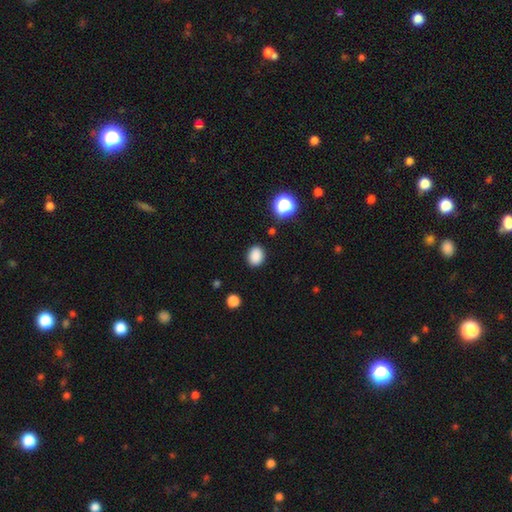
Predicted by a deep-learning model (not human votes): smooth 87%, star or artifact 10%, featured or disk 3%. Down the decision tree: how rounded — in between (56%); merging — none (87%).